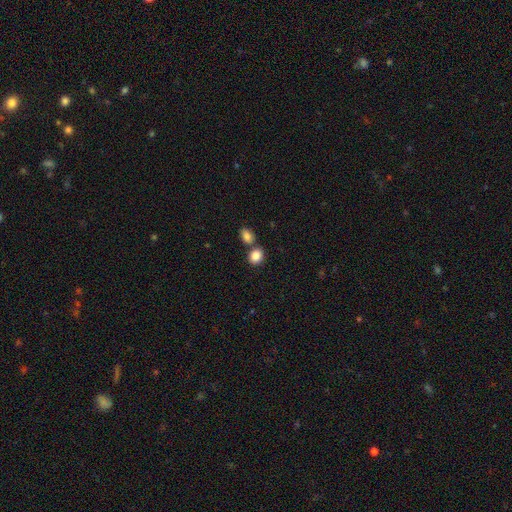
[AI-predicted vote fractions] Overall: smooth (87%). How rounded: round (53%; in between 46%). Merging: none (54%; merger 34%).